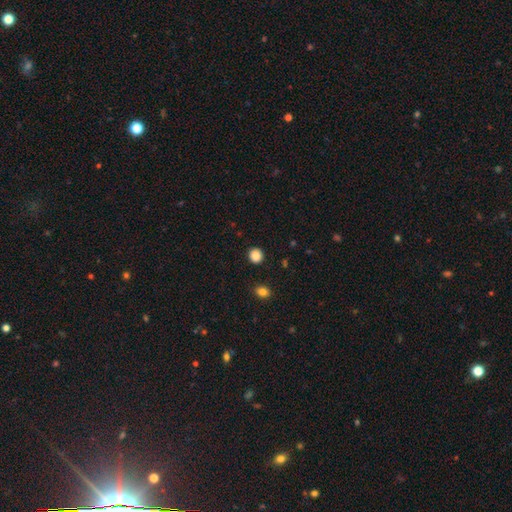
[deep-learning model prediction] smooth_or_featured: smooth (p=0.87) [alt: star or artifact p=0.10]
how_rounded: round (p=0.90) [alt: in between p=0.09]
merging: none (p=0.91) [alt: minor disturbance p=0.05]